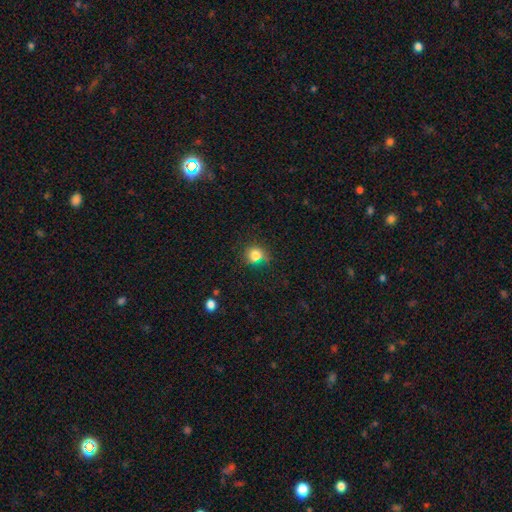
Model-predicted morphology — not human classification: Smooth or featured: smooth — 81% (star or artifact — 12%)
How rounded: round — 77% (in between — 22%)
Merging: none — 63% (minor disturbance — 22%)